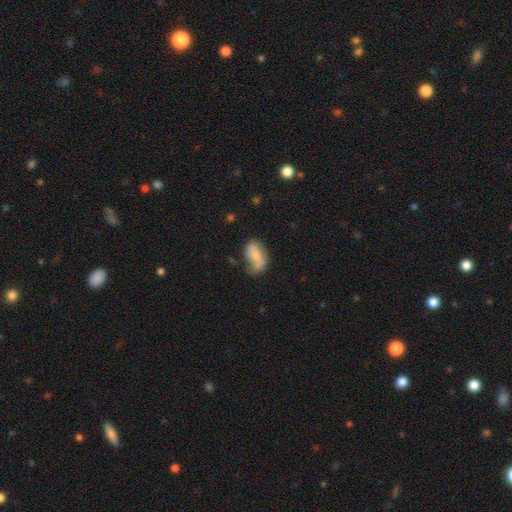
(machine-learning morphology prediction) type=smooth (61%); roundness=in between (87%); merging=none (43%).